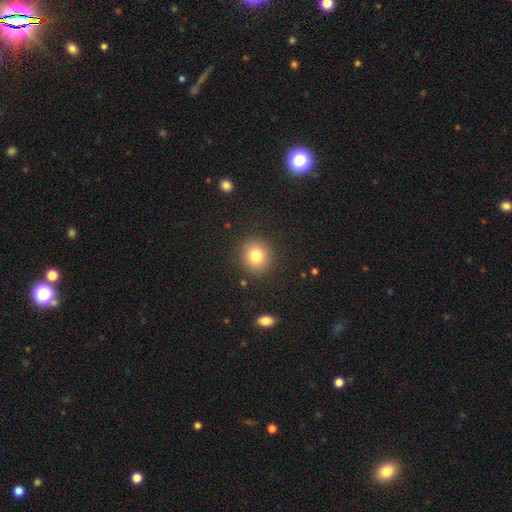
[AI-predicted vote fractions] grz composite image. It shows a smooth galaxy with no disk features (81%) that is round (85%). Merging: none (89%).